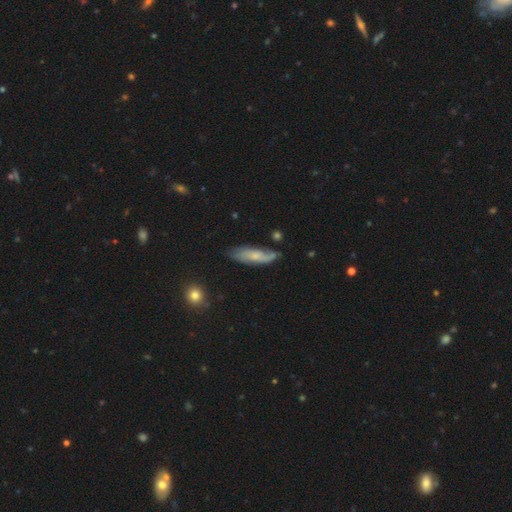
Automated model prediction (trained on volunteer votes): smooth_or_featured: smooth (p=0.49) [alt: featured or disk p=0.44]
merging: none (p=0.61) [alt: minor disturbance p=0.27]